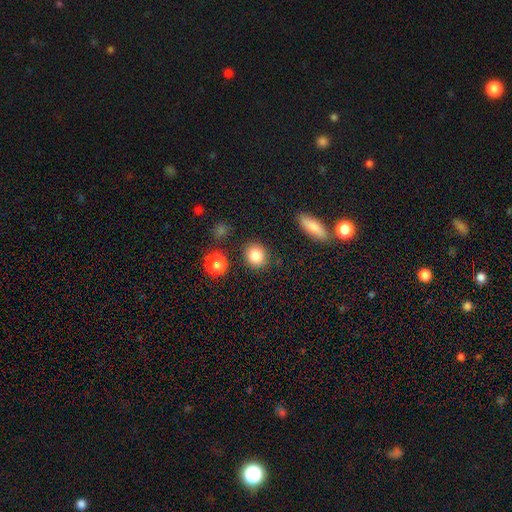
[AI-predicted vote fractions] smooth-or-featured: smooth: 82% | star or artifact: 11% | featured or disk: 7%
  how-rounded: round: 75% | in between: 23% | cigar-shaped: 1%
  merging: none: 86% | minor disturbance: 8% | merger: 3% | major disturbance: 3%